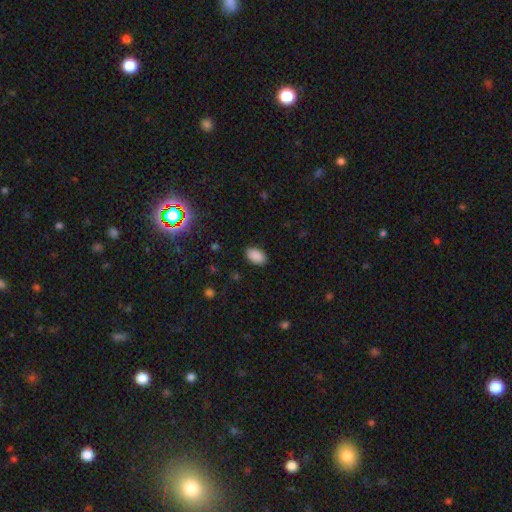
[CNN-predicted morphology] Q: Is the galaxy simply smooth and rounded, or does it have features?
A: smooth — 89%.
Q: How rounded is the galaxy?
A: in between — 92%.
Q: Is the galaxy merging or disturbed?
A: none — 88%.